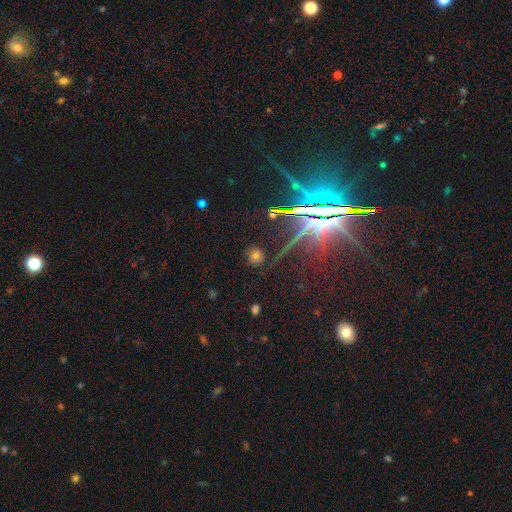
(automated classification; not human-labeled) Overall: smooth (55%; star or artifact 33%). How rounded: round (87%). Merging: none (83%).